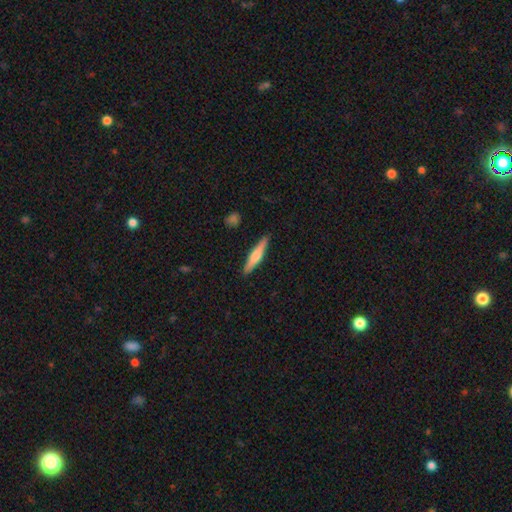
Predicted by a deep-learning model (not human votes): Smooth or featured? Predicted: smooth (p=0.49). Merging? Predicted: none (p=0.90).